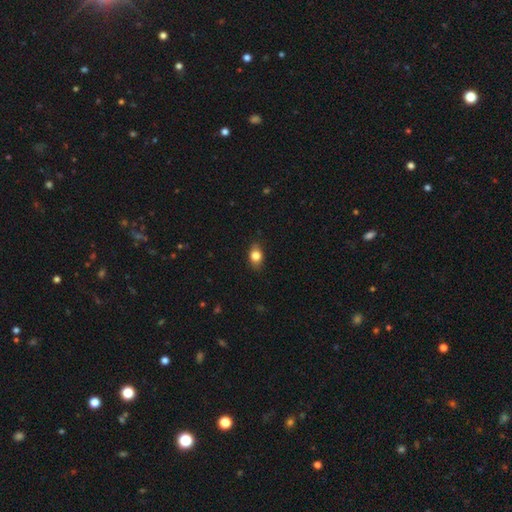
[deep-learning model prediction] smooth_or_featured: smooth (p=0.81) [alt: featured or disk p=0.11]
how_rounded: in between (p=0.77) [alt: round p=0.21]
merging: none (p=0.84) [alt: minor disturbance p=0.13]